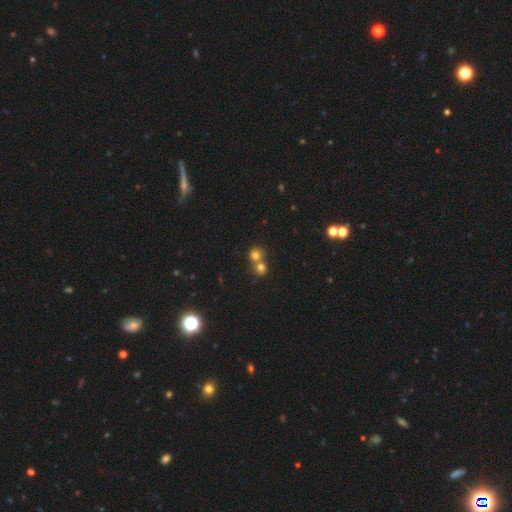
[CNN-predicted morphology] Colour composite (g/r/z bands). It shows a smooth galaxy with no disk features (74%) that is round (85%). Merging: merger (54%).